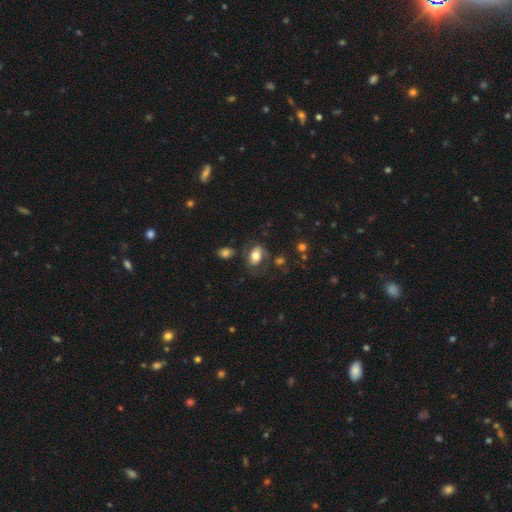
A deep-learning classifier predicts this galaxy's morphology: Smooth or featured: smooth — 66% (featured or disk — 25%)
How rounded: in between — 80% (round — 18%)
Merging: none — 57% (minor disturbance — 23%)